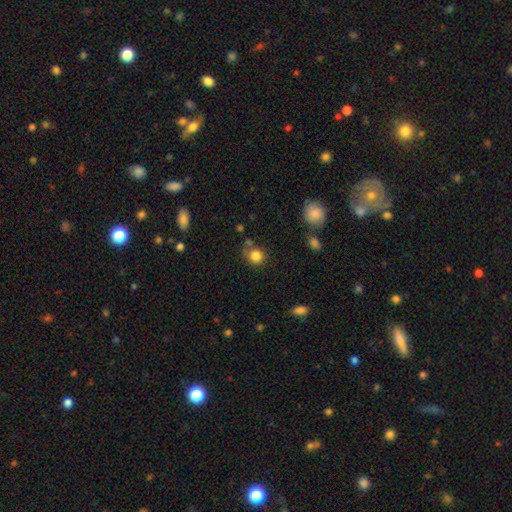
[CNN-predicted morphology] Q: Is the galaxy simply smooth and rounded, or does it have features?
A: smooth — 84%.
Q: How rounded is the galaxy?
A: round — 85%.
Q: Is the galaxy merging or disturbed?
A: none — 72%.